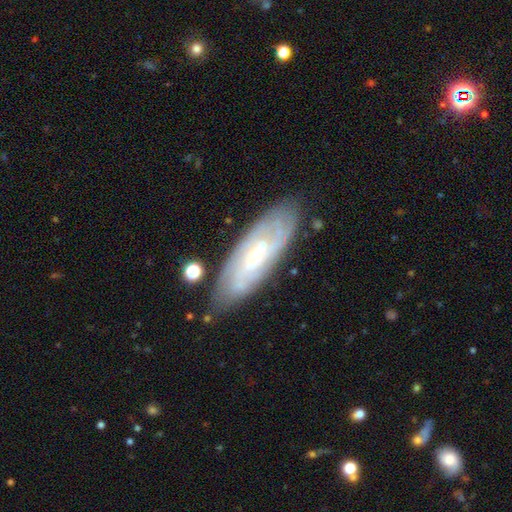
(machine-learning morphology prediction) Overall: featured or disk (75%). Edge-on disk: no (84%). Bar: no (57%; weak 34%). Spiral arms: yes (88%). Spiral arm count: can't tell (56%). Spiral winding: tight (67%). Bulge size: small (76%). Merging: none (78%).